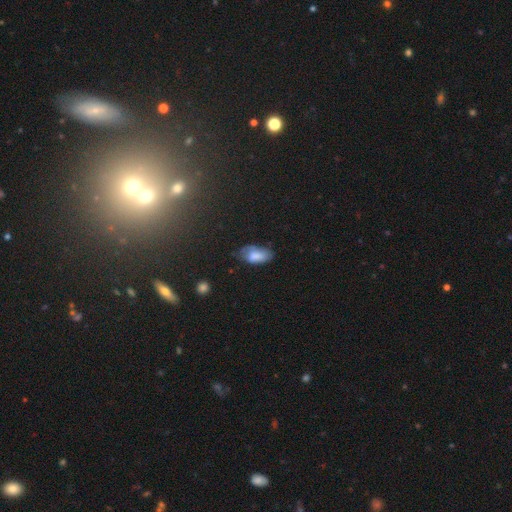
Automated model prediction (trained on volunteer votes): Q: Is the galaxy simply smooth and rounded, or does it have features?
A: smooth — 74%.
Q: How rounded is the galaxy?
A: in between — 93%.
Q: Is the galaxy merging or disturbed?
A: none — 53%.